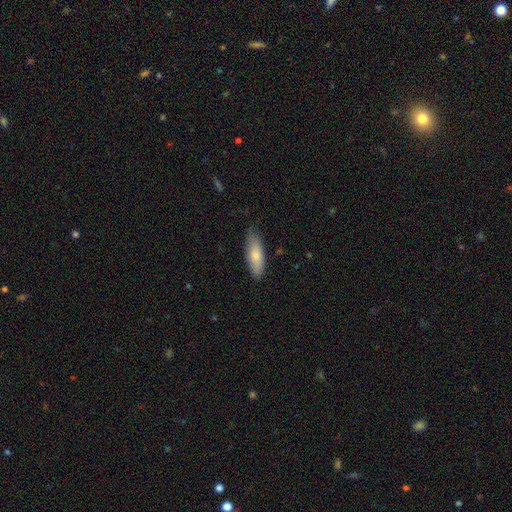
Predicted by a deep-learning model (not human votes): Overall: smooth (77%). How rounded: in between (59%; cigar-shaped 39%). Merging: none (78%).